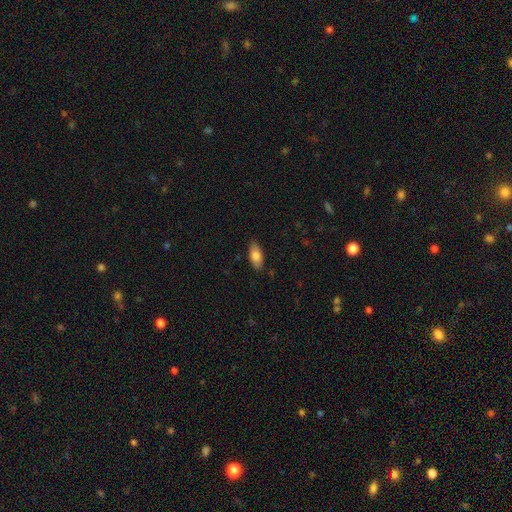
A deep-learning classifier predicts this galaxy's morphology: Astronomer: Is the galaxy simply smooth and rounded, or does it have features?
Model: smooth — 80%.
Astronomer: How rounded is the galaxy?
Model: in between — 86%.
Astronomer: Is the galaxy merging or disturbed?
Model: none — 85%.